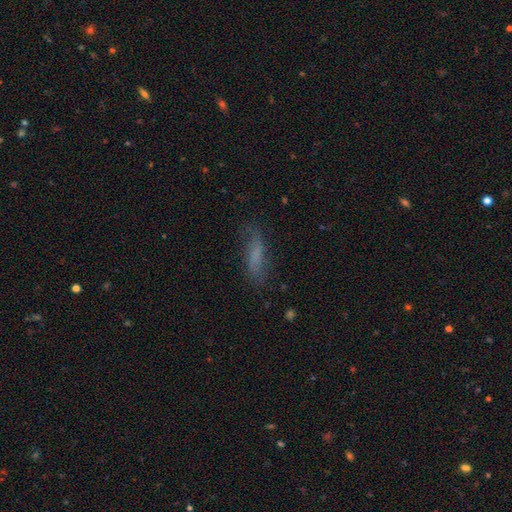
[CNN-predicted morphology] type=smooth (58%); roundness=cigar-shaped (55%); merging=none (70%).